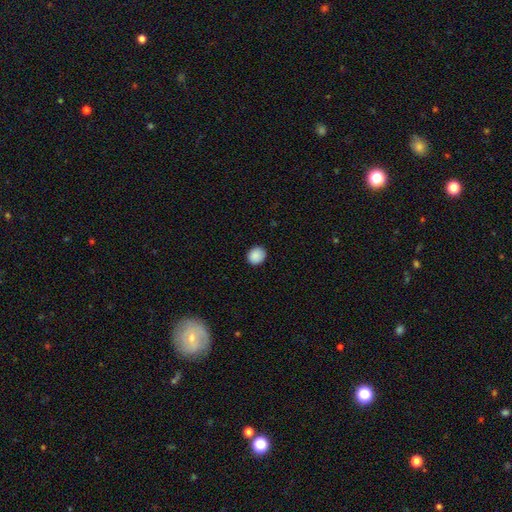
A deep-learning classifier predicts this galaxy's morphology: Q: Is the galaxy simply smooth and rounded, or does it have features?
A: smooth — 89%.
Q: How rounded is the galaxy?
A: round — 71%.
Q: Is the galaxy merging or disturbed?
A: none — 86%.